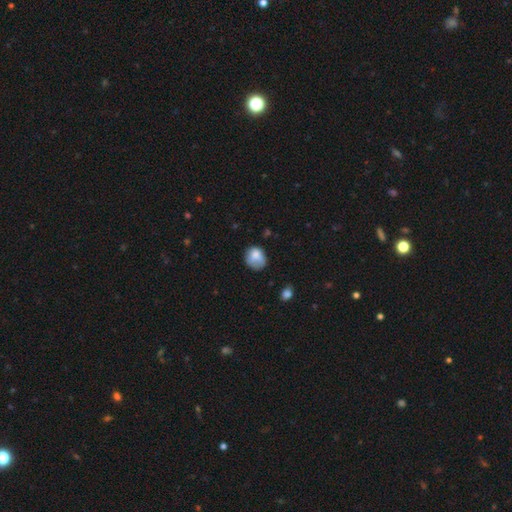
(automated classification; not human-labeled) Smooth or featured: smooth — 73% (featured or disk — 17%)
How rounded: round — 62% (in between — 38%)
Merging: none — 48% (minor disturbance — 31%)